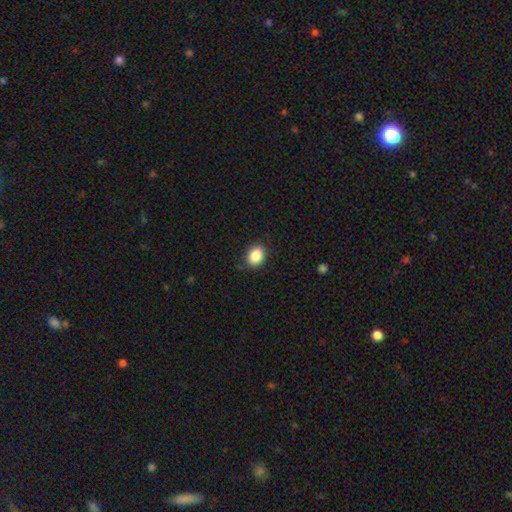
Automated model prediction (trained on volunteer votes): Smooth or featured?
  - smooth: 88% *
  - star or artifact: 8%
  - featured or disk: 4%
How rounded?
  - in between: 66% *
  - round: 33%
  - cigar-shaped: 1%
Merging?
  - none: 88% *
  - minor disturbance: 9%
  - major disturbance: 2%
  - merger: 1%